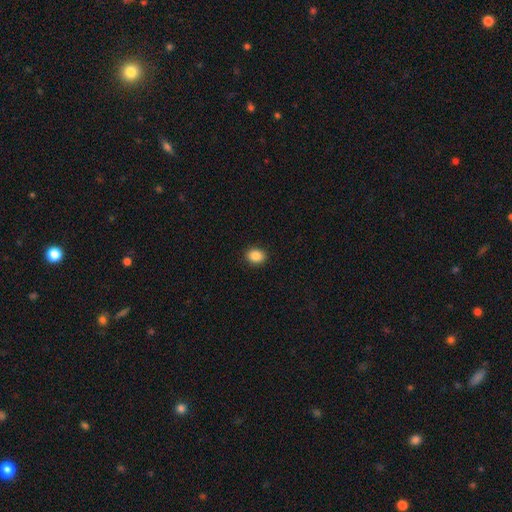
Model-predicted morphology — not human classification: A smooth galaxy with no disk features (87%) that is in between round and cigar-shaped (50%).

Vote fractions:
- Smooth or featured? smooth: 87% / star or artifact: 9% / featured or disk: 4%
- How rounded? in between: 50% / round: 49% / cigar-shaped: 1%
- Merging? none: 91% / minor disturbance: 6% / major disturbance: 2% / merger: 1%